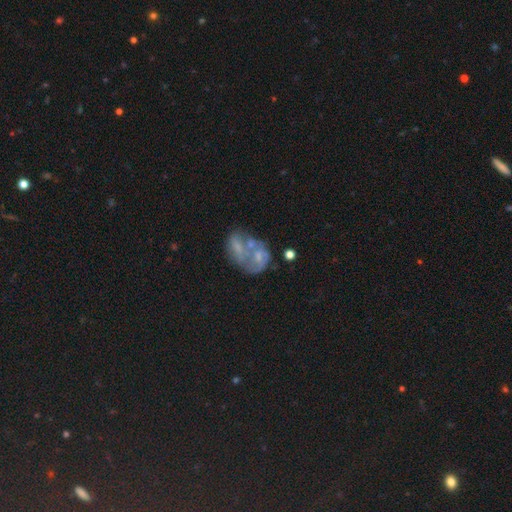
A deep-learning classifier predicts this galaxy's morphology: This appears to be a featured or disk galaxy (53%) with no bar (82%), no spiral arms (71%) and a small central bulge (38%). Merging: merger (55%).